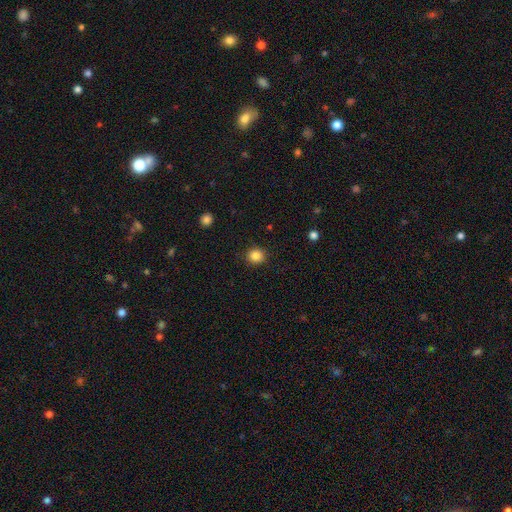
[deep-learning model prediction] Smooth or featured? Predicted: smooth (p=0.85). How rounded? Predicted: round (p=0.87). Merging? Predicted: none (p=0.90).